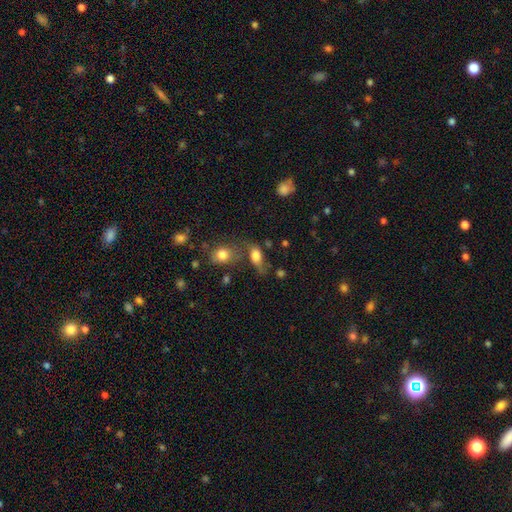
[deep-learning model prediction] A smooth galaxy with no disk features (73%) that is in between round and cigar-shaped (78%).

Vote fractions:
- Smooth or featured? smooth: 73% / featured or disk: 16% / star or artifact: 11%
- How rounded? in between: 78% / round: 14% / cigar-shaped: 7%
- Merging? none: 39% / minor disturbance: 24% / major disturbance: 19% / merger: 19%